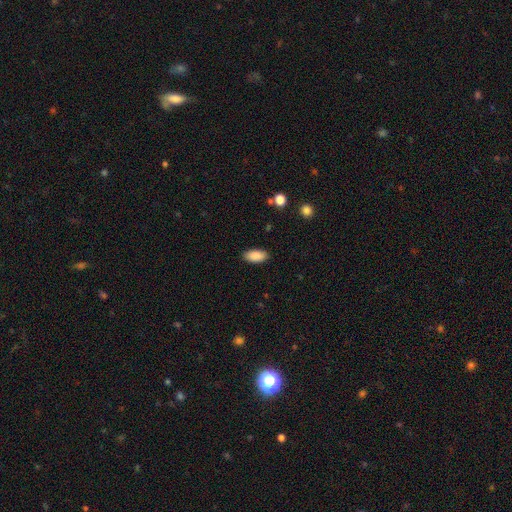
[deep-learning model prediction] A smooth galaxy with no disk features (90%) that is in between round and cigar-shaped (93%). Merging: none (88%).